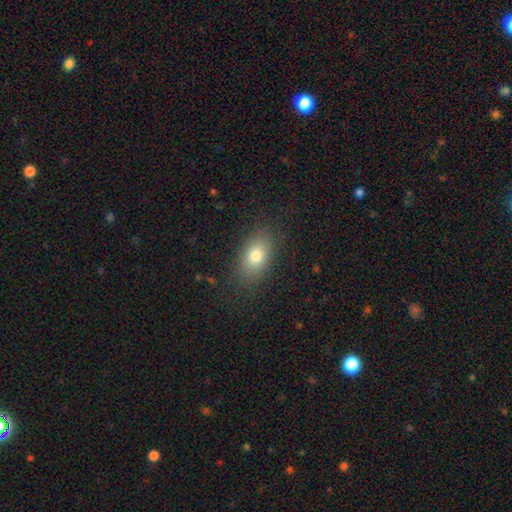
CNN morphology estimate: This appears to be a smooth galaxy with no disk features (78%) that is in between round and cigar-shaped (85%). Merging: none (83%).